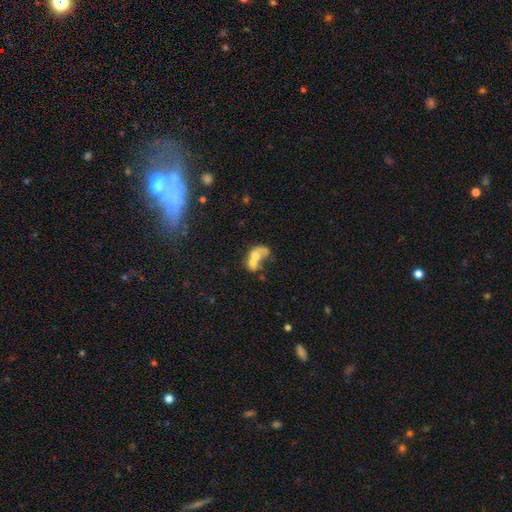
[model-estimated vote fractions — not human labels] Smooth or featured? smooth (50%)
Merging? merger (72%)